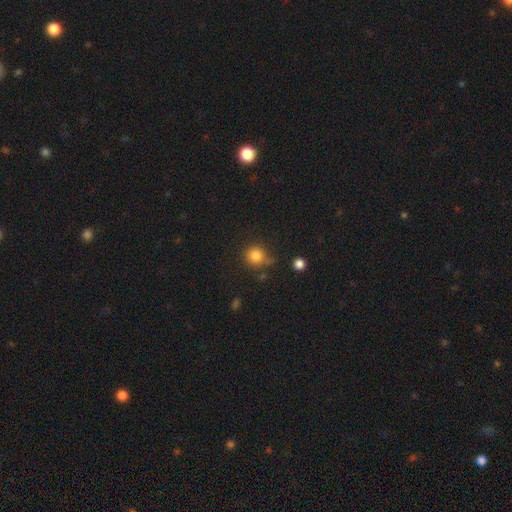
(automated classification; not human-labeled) Overall: smooth (83%). How rounded: round (92%). Merging: none (72%).